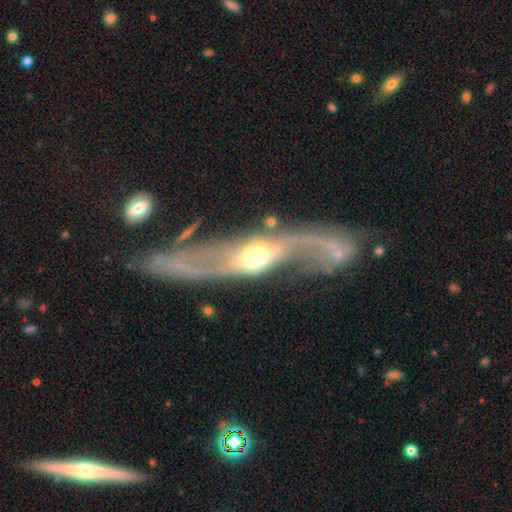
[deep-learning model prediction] featured or disk 79%, smooth 15%, star or artifact 6%. Down the decision tree: edge-on disk — no (73%); bar — no (59%); spiral arms — yes (72%); bulge size — moderate (63%); merging — none (42%).